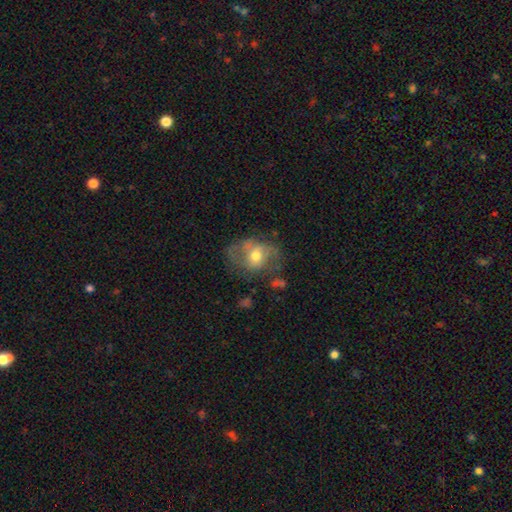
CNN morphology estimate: A featured or disk galaxy (55%) with no bar (59%), spiral arms (58%) and a moderate central bulge (69%).

Vote fractions:
- Smooth or featured? featured or disk: 55% / smooth: 35% / star or artifact: 10%
- Edge-on disk? no: 95% / yes: 5%
- Bar? no: 59% / weak: 30% / strong: 11%
- Spiral arms? yes: 58% / no: 42%
- Bulge size? moderate: 69% / small: 22% / large: 6% / none: 1% / dominant: 1%
- Merging? none: 52% / minor disturbance: 25% / major disturbance: 19% / merger: 4%